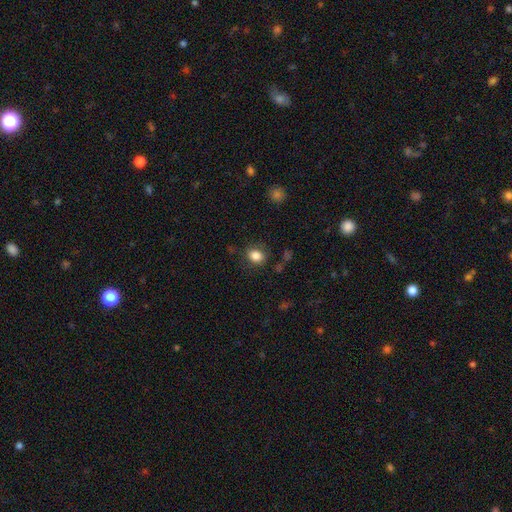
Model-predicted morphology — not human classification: smooth-or-featured: smooth: 84% | star or artifact: 10% | featured or disk: 6%
  how-rounded: in between: 54% | round: 45% | cigar-shaped: 1%
  merging: none: 80% | minor disturbance: 13% | major disturbance: 5% | merger: 2%